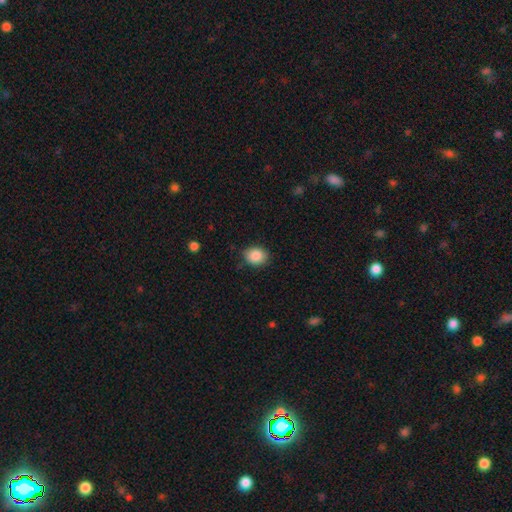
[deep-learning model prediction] smooth_or_featured: smooth (p=0.87) [alt: star or artifact p=0.08]
how_rounded: round (p=0.56) [alt: in between p=0.43]
merging: none (p=0.83) [alt: minor disturbance p=0.14]